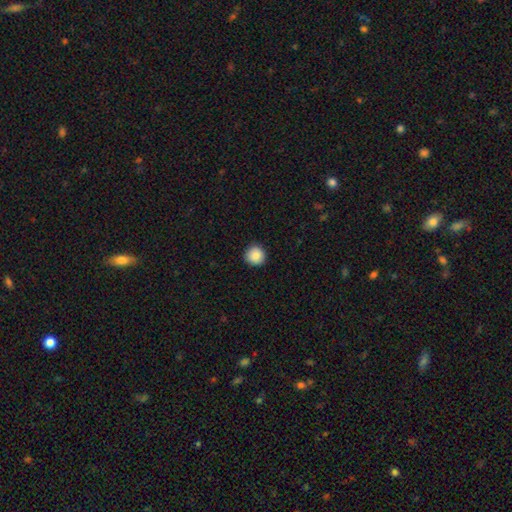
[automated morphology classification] A smooth galaxy with no disk features (85%) that is round (95%).

Vote fractions:
- Smooth or featured? smooth: 85% / star or artifact: 9% / featured or disk: 7%
- How rounded? round: 95% / in between: 4% / cigar-shaped: 1%
- Merging? none: 91% / minor disturbance: 6% / major disturbance: 2% / merger: 1%